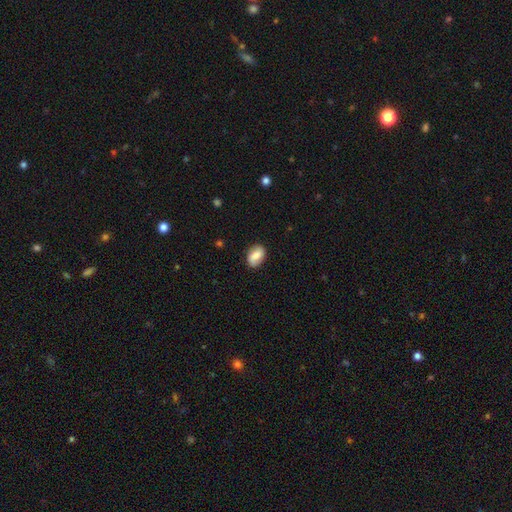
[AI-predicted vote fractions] Smooth or featured? Predicted: smooth (p=0.71). How rounded? Predicted: in between (p=0.84). Merging? Predicted: none (p=0.83).